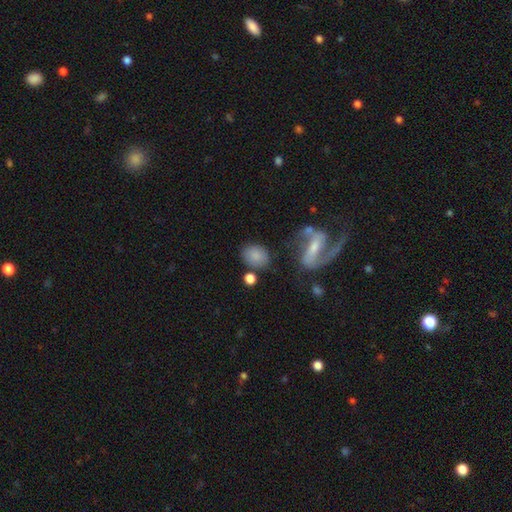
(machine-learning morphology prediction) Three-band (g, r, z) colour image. It shows a smooth galaxy with no disk features (81%) that is in between round and cigar-shaped (55%). Merging: none (72%).